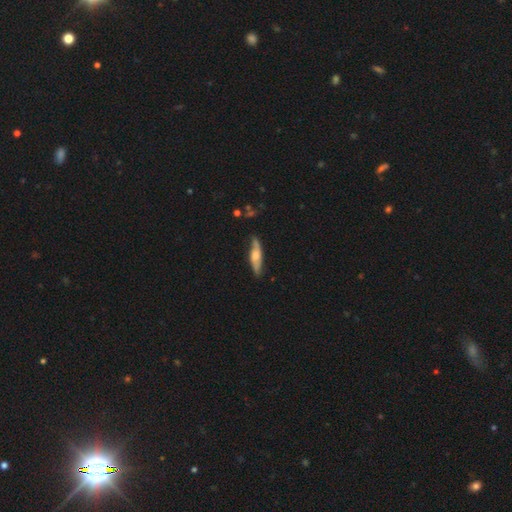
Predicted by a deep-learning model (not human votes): Morphology: type=featured or disk (54%); edge-on=yes (64%); merging=none (76%).